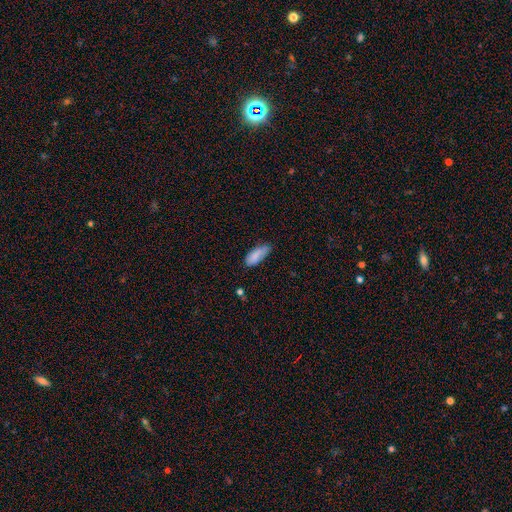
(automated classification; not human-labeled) Overall: smooth (82%). How rounded: in between (82%). Merging: none (49%; minor disturbance 39%).